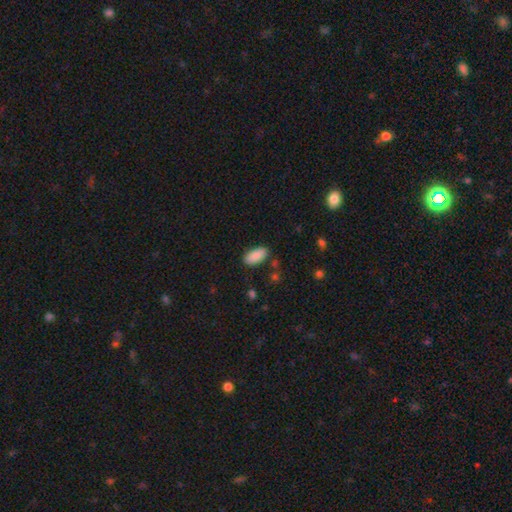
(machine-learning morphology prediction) A smooth galaxy with no disk features (87%) that is in between round and cigar-shaped (93%).

Vote fractions:
- Smooth or featured? smooth: 87% / star or artifact: 7% / featured or disk: 7%
- How rounded? in between: 93% / cigar-shaped: 5% / round: 2%
- Merging? none: 84% / minor disturbance: 11% / major disturbance: 3% / merger: 2%